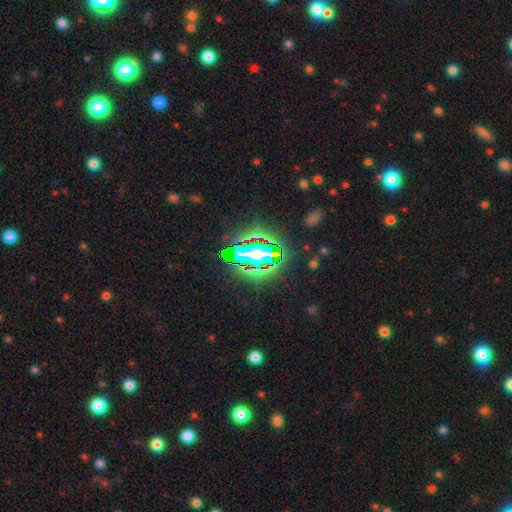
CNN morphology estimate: Smooth or featured: star or artifact — 72% (smooth — 14%)